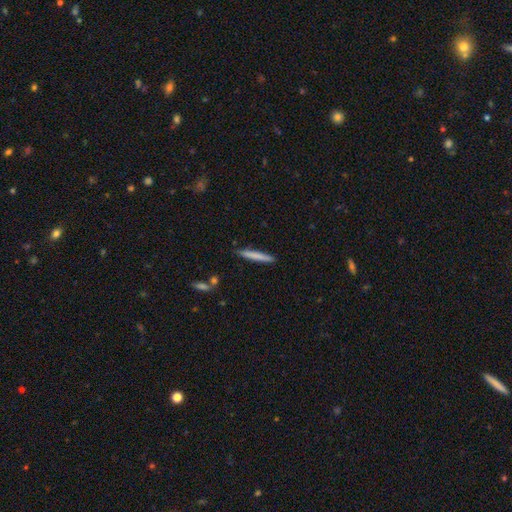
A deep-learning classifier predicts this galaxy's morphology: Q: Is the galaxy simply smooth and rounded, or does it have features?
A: smooth — 74%.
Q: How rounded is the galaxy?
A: cigar-shaped — 96%.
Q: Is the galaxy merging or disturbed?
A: none — 88%.